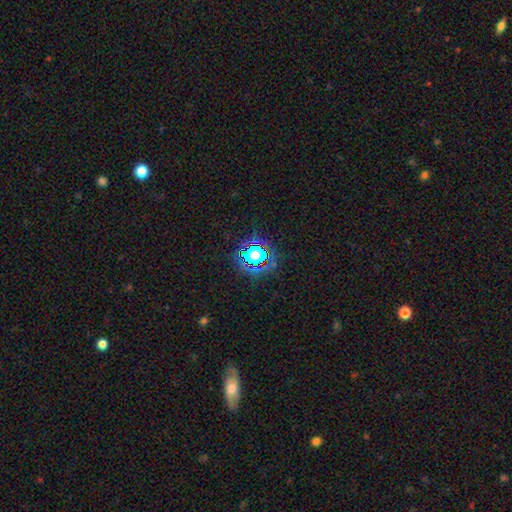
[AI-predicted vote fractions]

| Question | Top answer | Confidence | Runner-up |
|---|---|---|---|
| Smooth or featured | star or artifact | 74% | smooth (17%) |